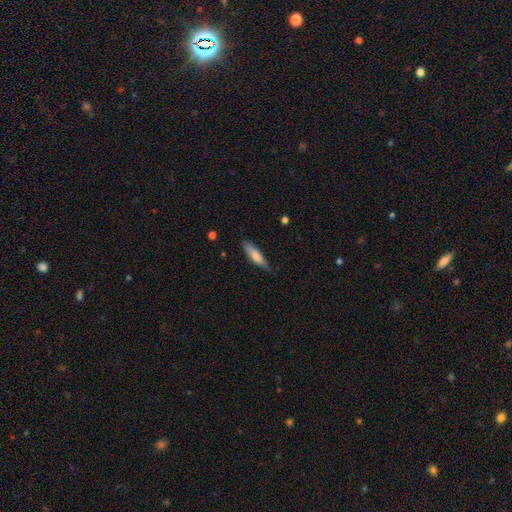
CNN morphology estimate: smooth-or-featured: smooth: 78% | featured or disk: 17% | star or artifact: 5%
  how-rounded: cigar-shaped: 69% | in between: 30% | round: 1%
  merging: none: 78% | minor disturbance: 18% | major disturbance: 3% | merger: 1%